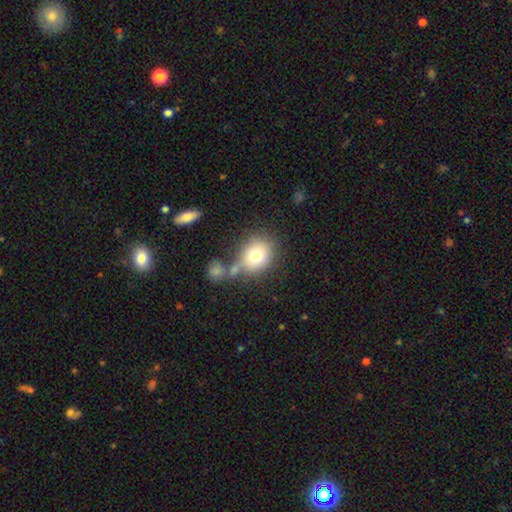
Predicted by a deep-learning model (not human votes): Q: Smooth or featured?
A: smooth (76%); runner-up: featured or disk (14%)
Q: How rounded?
A: round (65%); runner-up: in between (34%)
Q: Merging?
A: none (51%); runner-up: merger (24%)